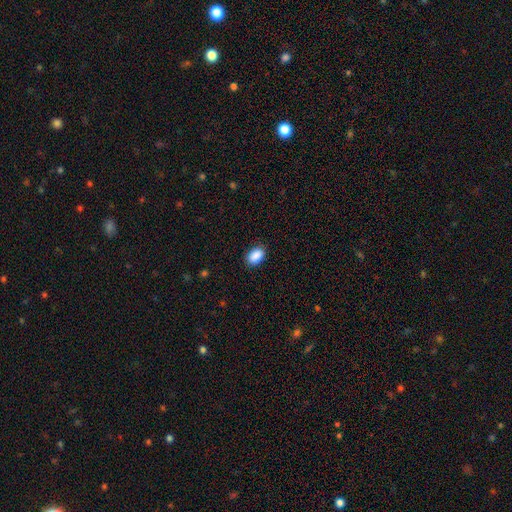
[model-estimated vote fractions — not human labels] Smooth or featured?
  - smooth: 90% *
  - star or artifact: 7%
  - featured or disk: 3%
How rounded?
  - in between: 90% *
  - round: 9%
  - cigar-shaped: 1%
Merging?
  - none: 87% *
  - minor disturbance: 9%
  - major disturbance: 2%
  - merger: 1%